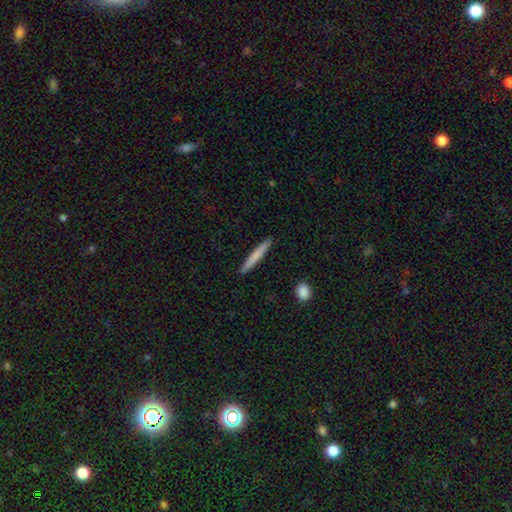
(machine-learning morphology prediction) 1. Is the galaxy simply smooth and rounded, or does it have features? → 71% smooth, 23% featured or disk, 6% star or artifact.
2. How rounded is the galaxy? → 96% cigar-shaped, 3% in between, 1% round.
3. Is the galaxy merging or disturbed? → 92% none, 6% minor disturbance, 1% major disturbance, 1% merger.